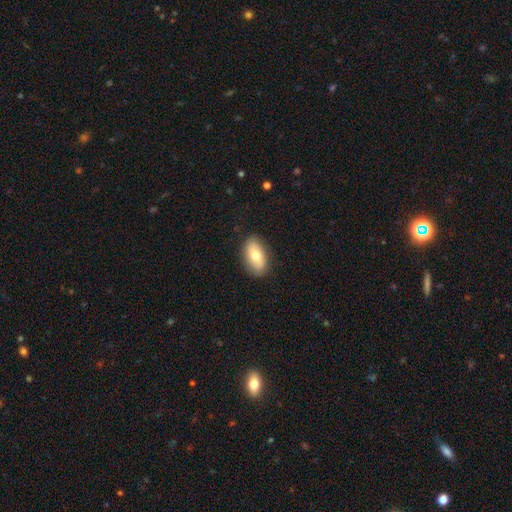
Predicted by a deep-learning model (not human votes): Smooth or featured? Predicted: smooth (p=0.68). How rounded? Predicted: in between (p=0.91). Merging? Predicted: none (p=0.86).